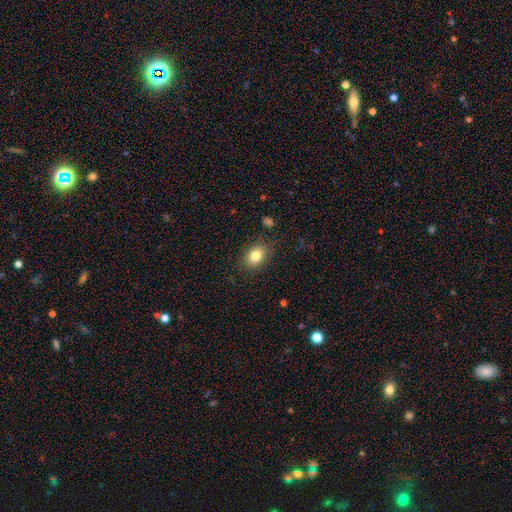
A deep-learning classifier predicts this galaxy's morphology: A smooth galaxy with no disk features (81%) that is in between round and cigar-shaped (75%).

Vote fractions:
- Smooth or featured? smooth: 81% / featured or disk: 10% / star or artifact: 9%
- How rounded? in between: 75% / round: 24% / cigar-shaped: 1%
- Merging? none: 85% / minor disturbance: 11% / major disturbance: 3% / merger: 1%